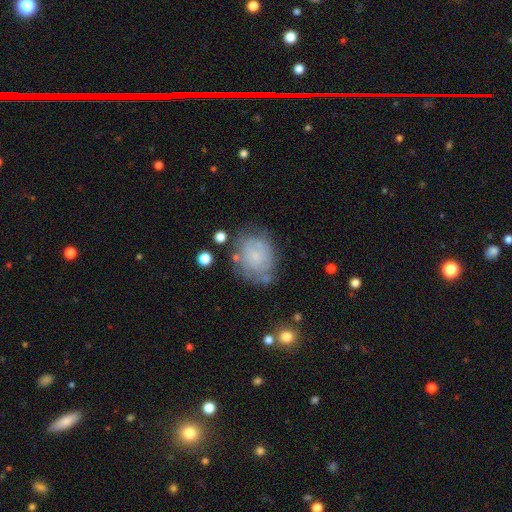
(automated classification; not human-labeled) Smooth or featured: featured or disk — 45% (smooth — 44%)
Merging: none — 59% (minor disturbance — 25%)